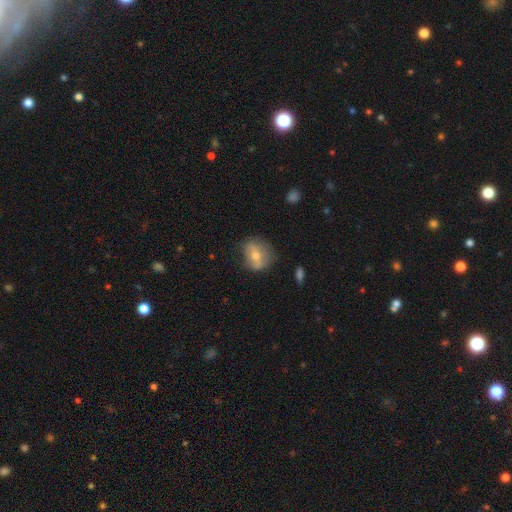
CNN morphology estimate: Smooth or featured?
  - smooth: 49% *
  - featured or disk: 40%
  - star or artifact: 11%
Merging?
  - none: 67% *
  - minor disturbance: 23%
  - major disturbance: 8%
  - merger: 2%